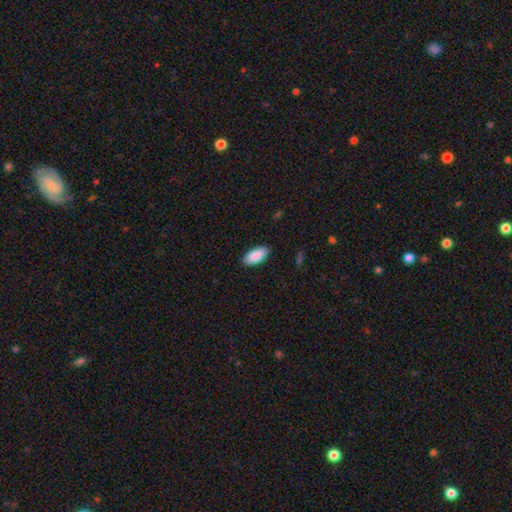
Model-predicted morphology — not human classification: The model was most divided on "merging": none: 89%, minor disturbance: 8%, major disturbance: 2%, merger: 1%. More confident: how rounded — in between (94%); smooth or featured — smooth (89%).